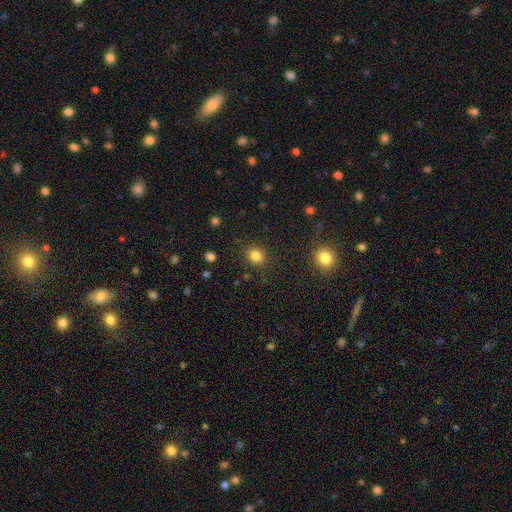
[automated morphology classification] This is clearly a smooth galaxy (83%). How rounded: likely round (76%). Merging: clearly none (88%).